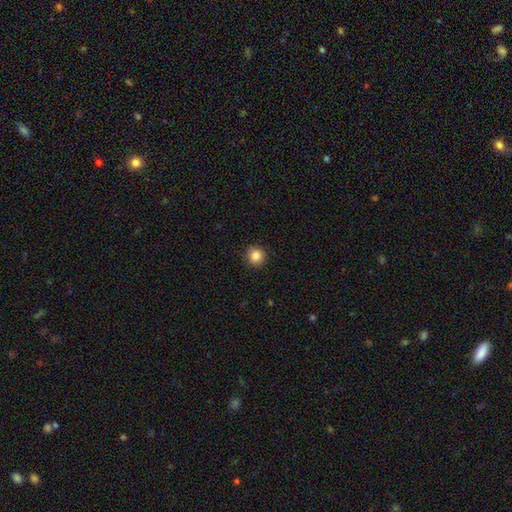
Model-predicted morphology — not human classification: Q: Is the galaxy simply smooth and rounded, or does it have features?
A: smooth — 86%.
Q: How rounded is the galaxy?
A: round — 92%.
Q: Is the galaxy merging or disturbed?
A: none — 91%.